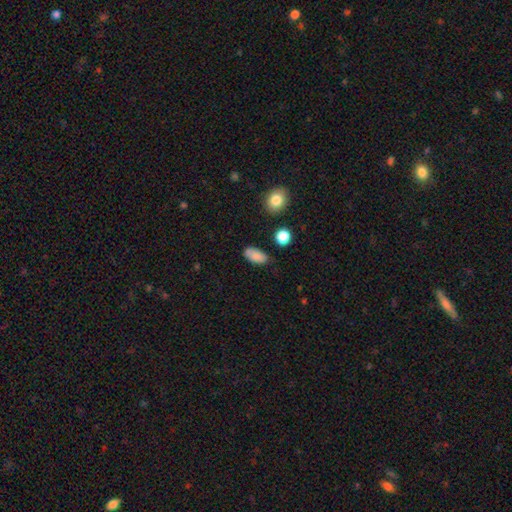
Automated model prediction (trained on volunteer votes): This is clearly a smooth galaxy (83%). How rounded: clearly in between (92%). Merging: likely none (72%).